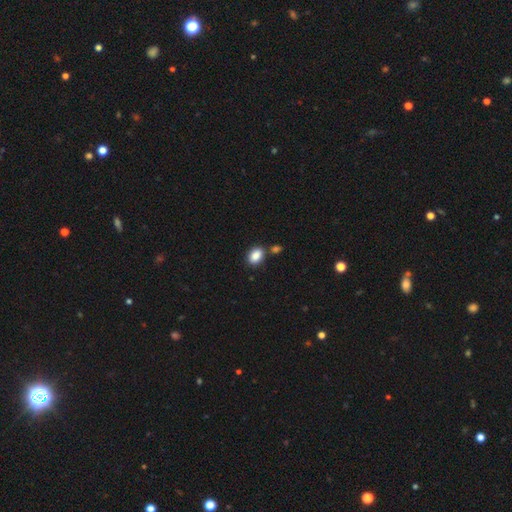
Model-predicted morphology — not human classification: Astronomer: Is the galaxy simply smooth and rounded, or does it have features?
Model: smooth — 88%.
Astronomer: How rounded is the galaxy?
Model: in between — 82%.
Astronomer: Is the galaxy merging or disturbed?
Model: none — 72%.